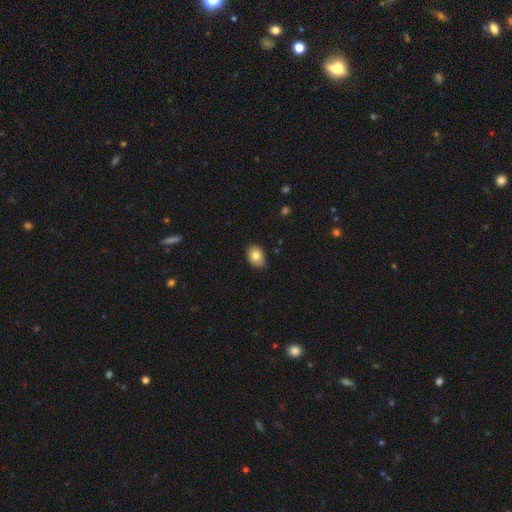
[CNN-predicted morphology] smooth_or_featured: smooth (p=0.80) [alt: featured or disk p=0.12]
how_rounded: in between (p=0.74) [alt: round p=0.25]
merging: none (p=0.81) [alt: minor disturbance p=0.15]